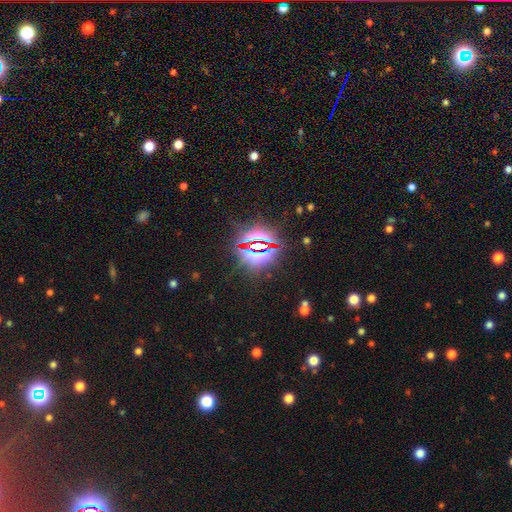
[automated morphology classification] A star or artifact, not a galaxy (84%).